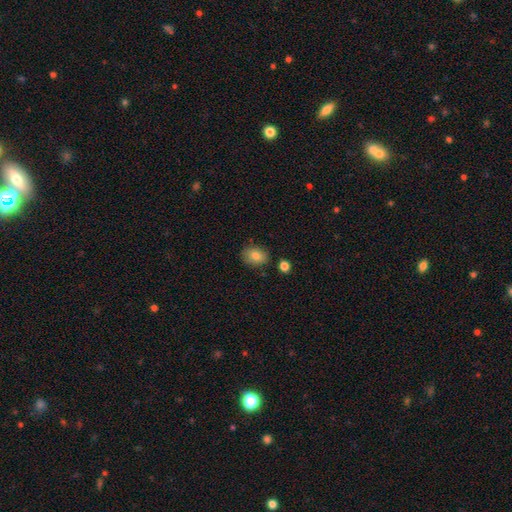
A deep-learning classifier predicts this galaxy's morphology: smooth 81%, featured or disk 10%, star or artifact 9%. Down the decision tree: how rounded — in between (58%); merging — none (82%).